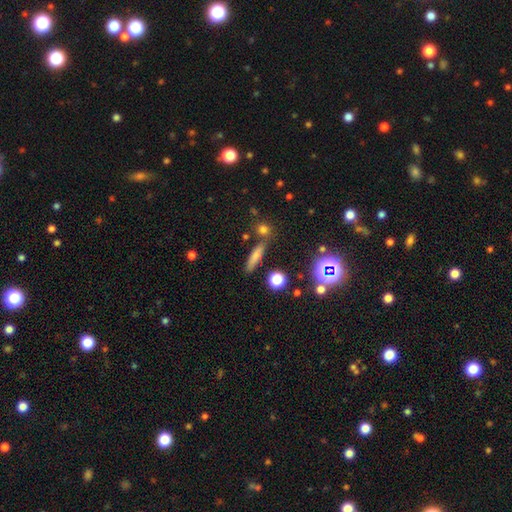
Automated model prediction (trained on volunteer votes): Q: Smooth or featured?
A: smooth (72%); runner-up: star or artifact (14%)
Q: How rounded?
A: cigar-shaped (78%); runner-up: in between (16%)
Q: Merging?
A: none (78%); runner-up: minor disturbance (11%)